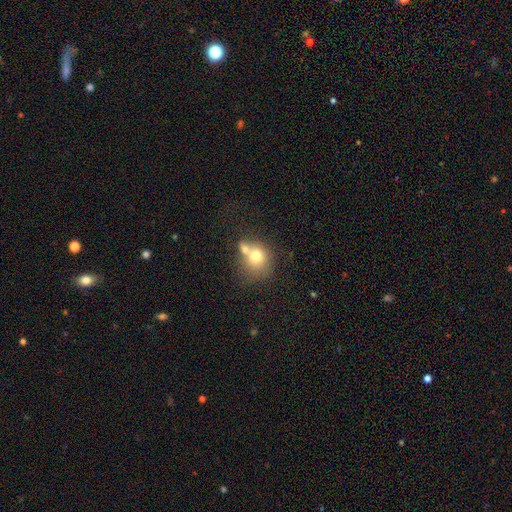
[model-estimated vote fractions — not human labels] This appears to be a smooth galaxy with no disk features (71%) that is round (74%). Merging: merger (45%).